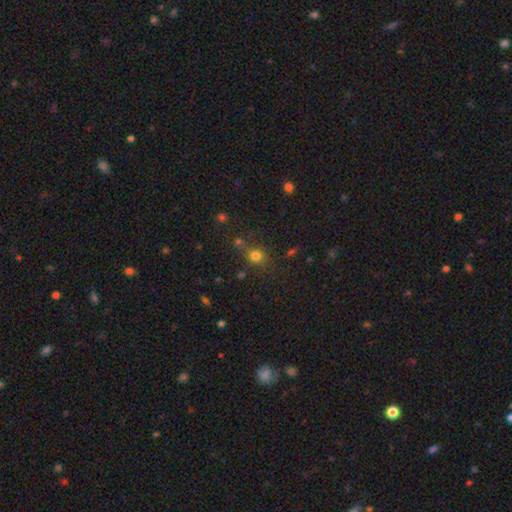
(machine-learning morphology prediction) Smooth or featured: smooth — 74% (star or artifact — 19%)
How rounded: round — 80% (in between — 19%)
Merging: none — 67% (minor disturbance — 14%)